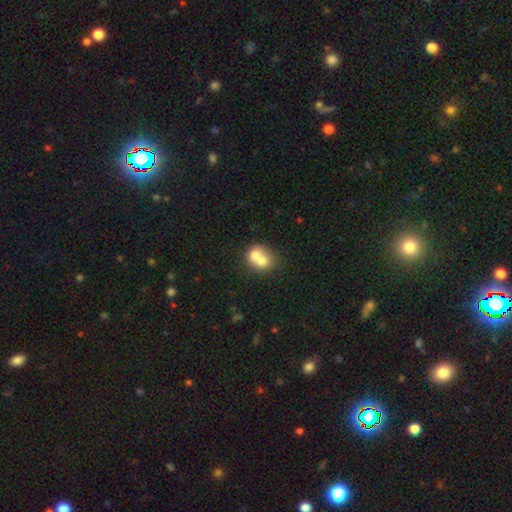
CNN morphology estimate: Q: Smooth or featured?
A: smooth (66%); runner-up: featured or disk (25%)
Q: How rounded?
A: round (65%); runner-up: in between (34%)
Q: Merging?
A: merger (71%); runner-up: none (21%)